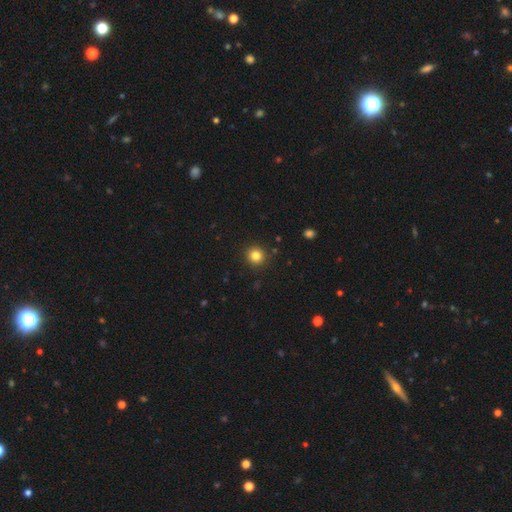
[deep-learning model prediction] Smooth or featured?
  - smooth: 82% *
  - star or artifact: 12%
  - featured or disk: 6%
How rounded?
  - round: 94% *
  - in between: 5%
  - cigar-shaped: 1%
Merging?
  - none: 91% *
  - minor disturbance: 6%
  - major disturbance: 2%
  - merger: 1%